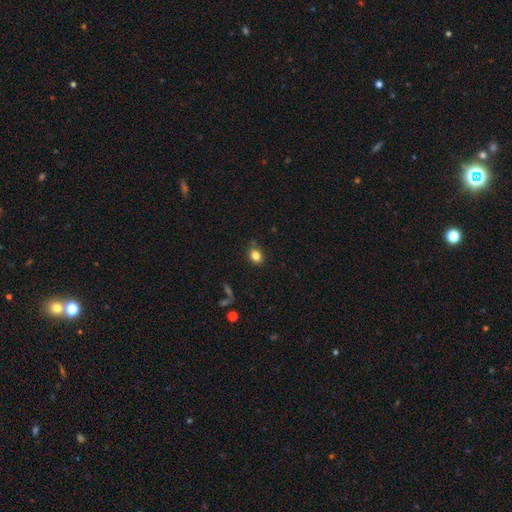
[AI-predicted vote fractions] This appears to be a smooth galaxy with no disk features (83%) that is in between round and cigar-shaped (58%). Merging: none (81%).